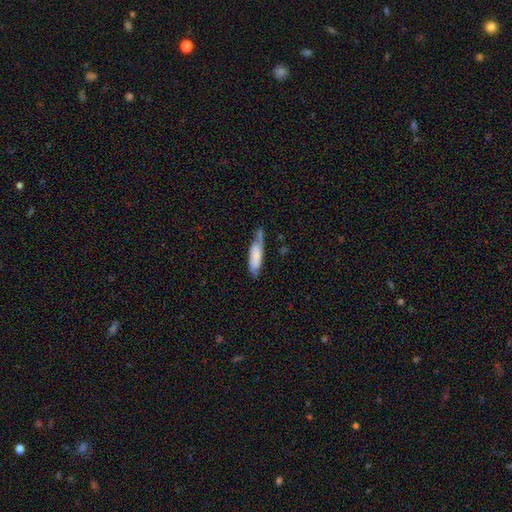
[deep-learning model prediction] Smooth or featured? Predicted: smooth (p=0.59). How rounded? Predicted: cigar-shaped (p=0.52). Merging? Predicted: none (p=0.50).